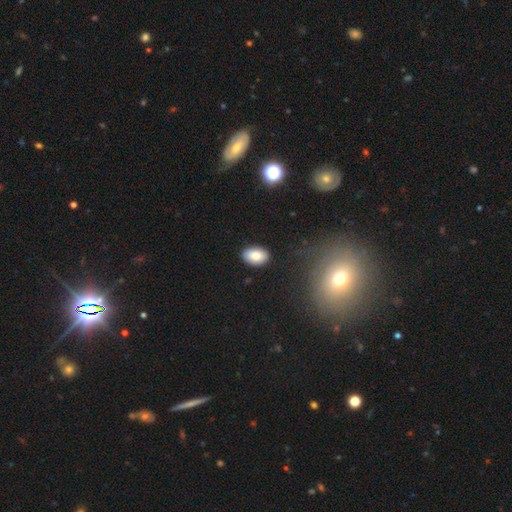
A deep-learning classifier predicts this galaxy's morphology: A smooth galaxy with no disk features (83%) that is in between round and cigar-shaped (91%).

Vote fractions:
- Smooth or featured? smooth: 83% / featured or disk: 9% / star or artifact: 8%
- How rounded? in between: 91% / round: 8% / cigar-shaped: 1%
- Merging? none: 87% / minor disturbance: 9% / major disturbance: 2% / merger: 1%